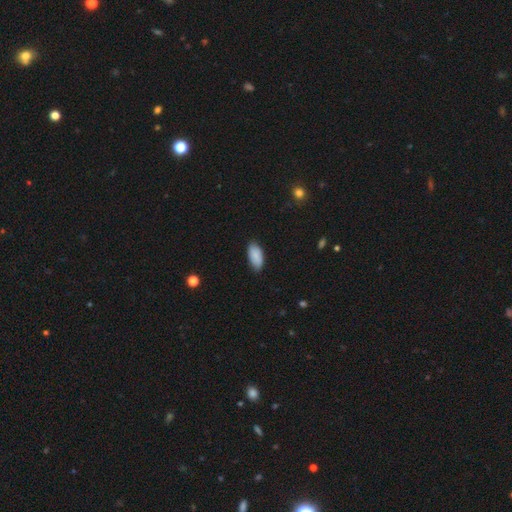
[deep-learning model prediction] A smooth galaxy with no disk features (88%) that is in between round and cigar-shaped (91%). Merging: none (81%).